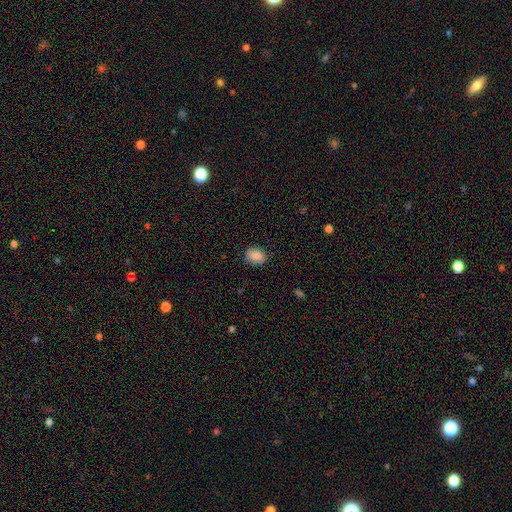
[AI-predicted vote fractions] Smooth or featured?
  - smooth: 86% *
  - star or artifact: 8%
  - featured or disk: 6%
How rounded?
  - in between: 53% *
  - round: 46%
  - cigar-shaped: 1%
Merging?
  - none: 83% *
  - minor disturbance: 13%
  - major disturbance: 3%
  - merger: 1%